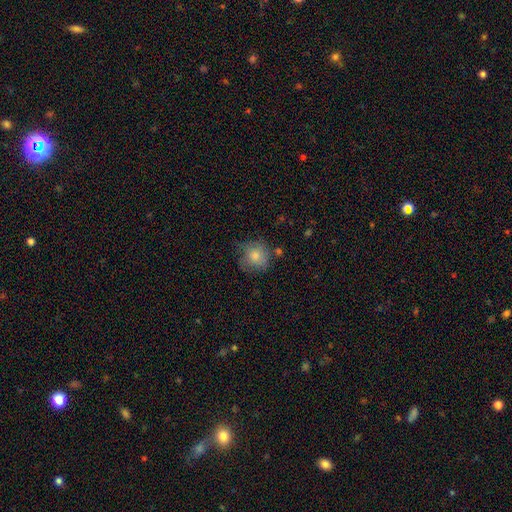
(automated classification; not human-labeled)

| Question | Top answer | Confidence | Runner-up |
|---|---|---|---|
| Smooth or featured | smooth | 77% | featured or disk (14%) |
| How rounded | round | 88% | in between (11%) |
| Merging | none | 60% | minor disturbance (26%) |